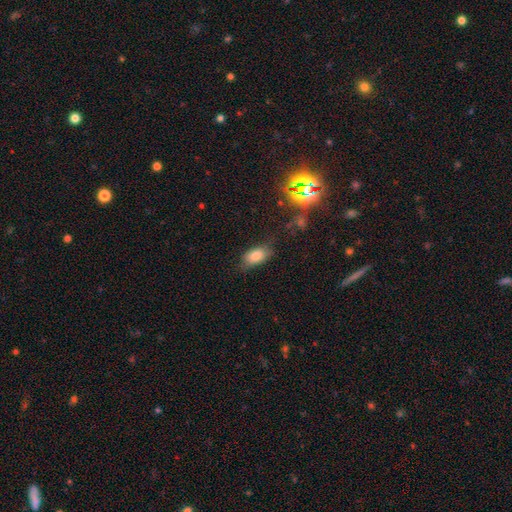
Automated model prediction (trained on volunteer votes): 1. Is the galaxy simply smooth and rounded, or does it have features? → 81% smooth, 11% star or artifact, 8% featured or disk.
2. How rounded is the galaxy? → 89% in between, 6% round, 5% cigar-shaped.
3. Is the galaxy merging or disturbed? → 69% none, 23% minor disturbance, 6% major disturbance, 2% merger.